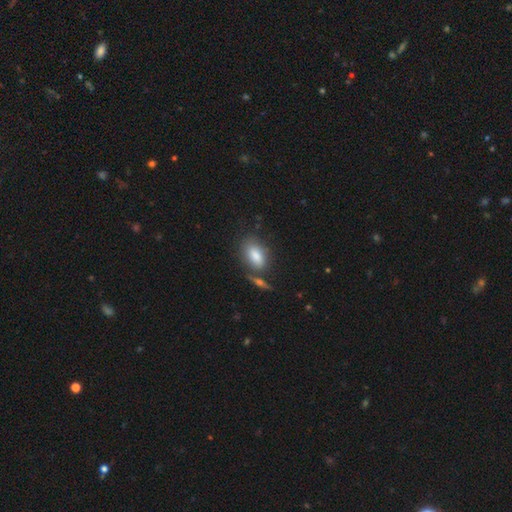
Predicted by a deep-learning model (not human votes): smooth_or_featured: smooth (p=0.82) [alt: featured or disk p=0.11]
how_rounded: in between (p=0.89) [alt: round p=0.06]
merging: none (p=0.64) [alt: minor disturbance p=0.16]